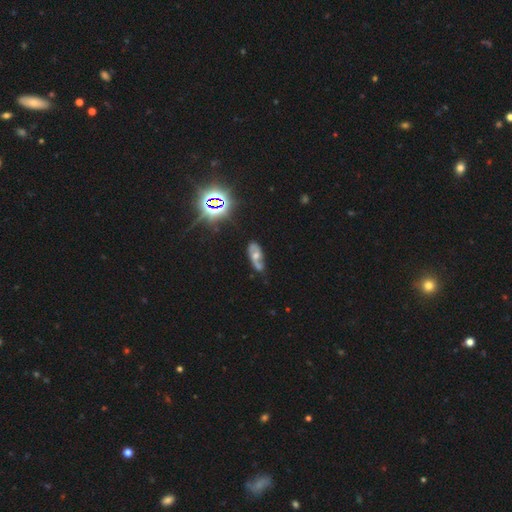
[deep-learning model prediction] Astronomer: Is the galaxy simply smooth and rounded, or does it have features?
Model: featured or disk — 59%.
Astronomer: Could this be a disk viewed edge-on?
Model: no — 88%.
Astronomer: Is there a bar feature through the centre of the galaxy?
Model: no — 68%.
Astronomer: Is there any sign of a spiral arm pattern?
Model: yes — 72%.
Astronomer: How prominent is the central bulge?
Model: moderate — 60%.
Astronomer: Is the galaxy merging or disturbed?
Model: none — 51% (runner-up: minor disturbance, 27%).